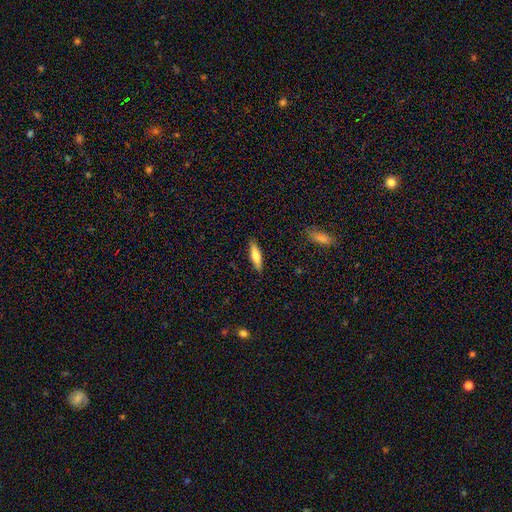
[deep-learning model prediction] This is likely a smooth galaxy (70%). How rounded: likely cigar-shaped (62%). Merging: clearly none (88%).